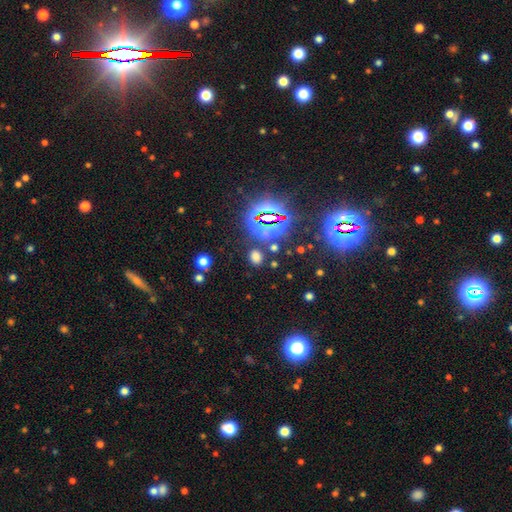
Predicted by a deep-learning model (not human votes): Smooth or featured? Predicted: smooth (p=0.58). How rounded? Predicted: in between (p=0.50). Merging? Predicted: none (p=0.82).